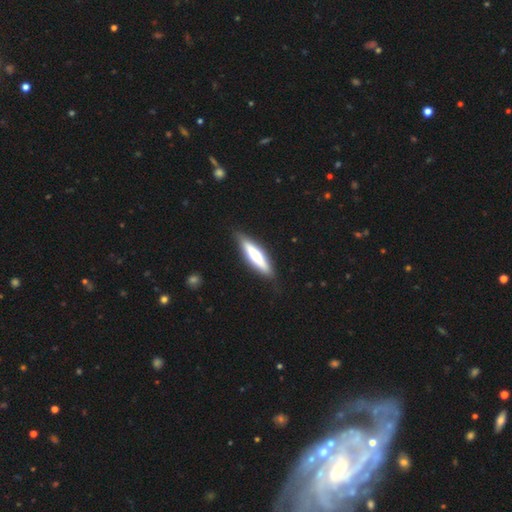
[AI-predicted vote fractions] Overall: featured or disk (52%; smooth 43%). Edge-on disk: yes (91%). Merging: none (86%).